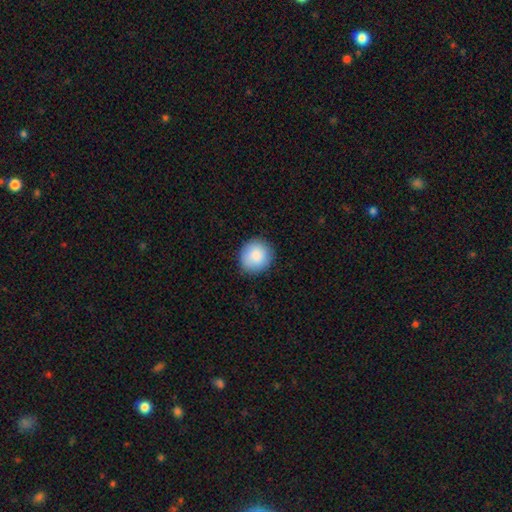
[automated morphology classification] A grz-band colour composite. It shows a smooth galaxy with no disk features (88%) that is round (87%). Merging: none (88%).